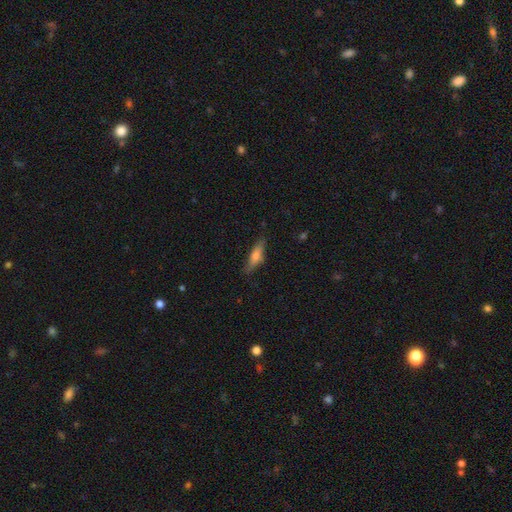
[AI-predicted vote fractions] The model was most divided on "smooth or featured": smooth: 60%, featured or disk: 33%, star or artifact: 7%. More confident: merging — none (77%); how rounded — cigar-shaped (64%).